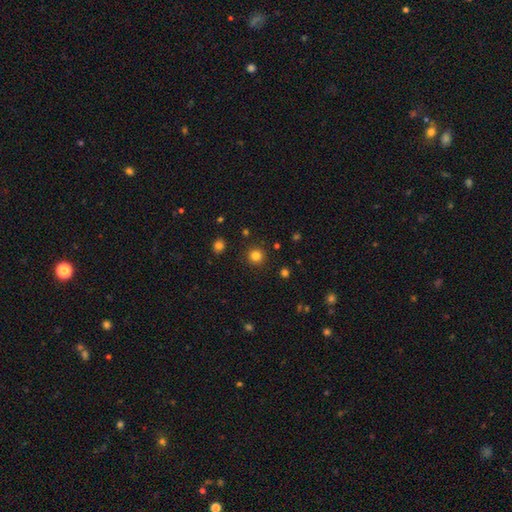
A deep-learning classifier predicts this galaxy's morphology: smooth_or_featured: smooth (p=0.81) [alt: star or artifact p=0.14]
how_rounded: round (p=0.94) [alt: in between p=0.05]
merging: none (p=0.92) [alt: minor disturbance p=0.05]